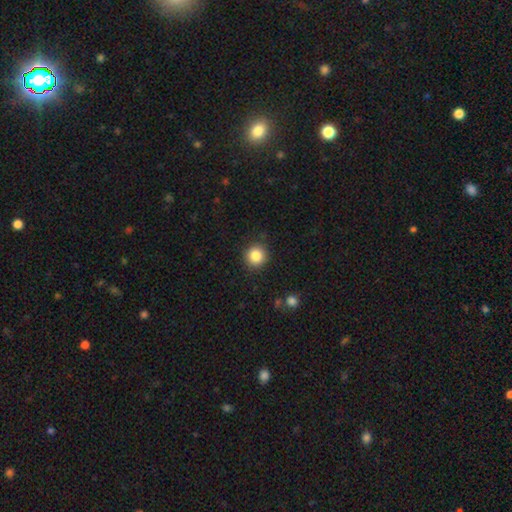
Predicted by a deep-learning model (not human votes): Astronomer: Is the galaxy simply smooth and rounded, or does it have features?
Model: smooth — 84%.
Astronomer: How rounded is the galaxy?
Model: round — 93%.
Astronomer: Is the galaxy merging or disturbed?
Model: none — 91%.